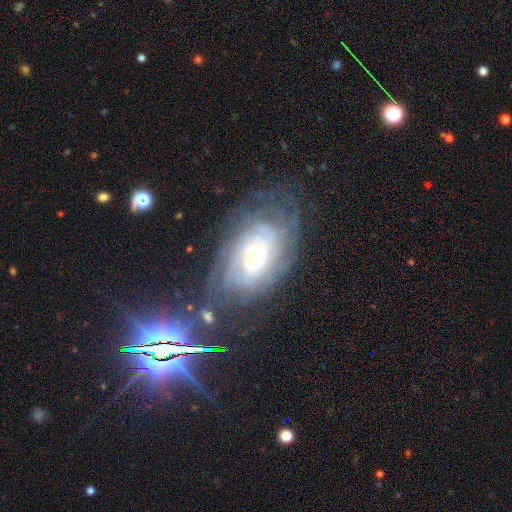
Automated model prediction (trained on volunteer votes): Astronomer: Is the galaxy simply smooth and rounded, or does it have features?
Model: featured or disk — 84%.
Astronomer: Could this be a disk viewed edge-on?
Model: no — 95%.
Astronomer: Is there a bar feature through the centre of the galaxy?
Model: no — 58%.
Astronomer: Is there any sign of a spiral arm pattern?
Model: yes — 95%.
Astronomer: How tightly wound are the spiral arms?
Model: tight — 76%.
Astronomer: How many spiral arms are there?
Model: can't tell — 44%.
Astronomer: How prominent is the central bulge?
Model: small — 55% (runner-up: moderate, 39%).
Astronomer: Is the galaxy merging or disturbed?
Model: none — 67%.